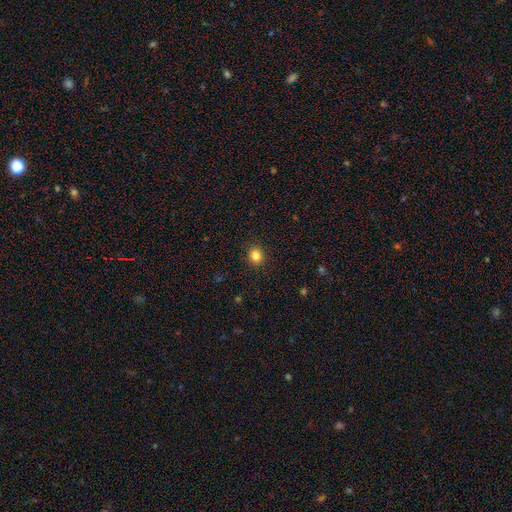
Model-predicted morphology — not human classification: smooth_or_featured: smooth (p=0.83) [alt: star or artifact p=0.12]
how_rounded: round (p=0.79) [alt: in between p=0.20]
merging: none (p=0.91) [alt: minor disturbance p=0.06]